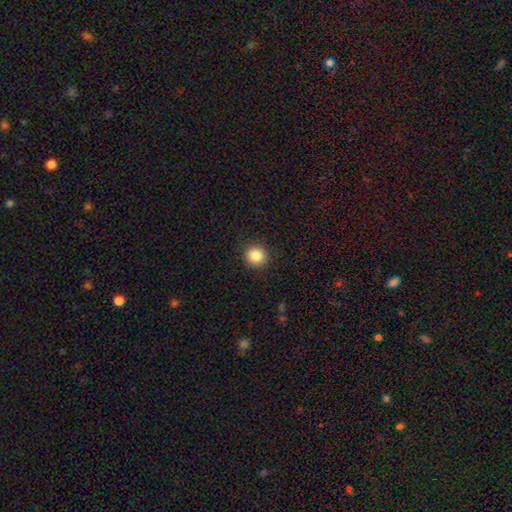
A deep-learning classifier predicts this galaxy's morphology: Q: Smooth or featured?
A: smooth (86%); runner-up: star or artifact (10%)
Q: How rounded?
A: round (92%); runner-up: in between (7%)
Q: Merging?
A: none (91%); runner-up: minor disturbance (6%)